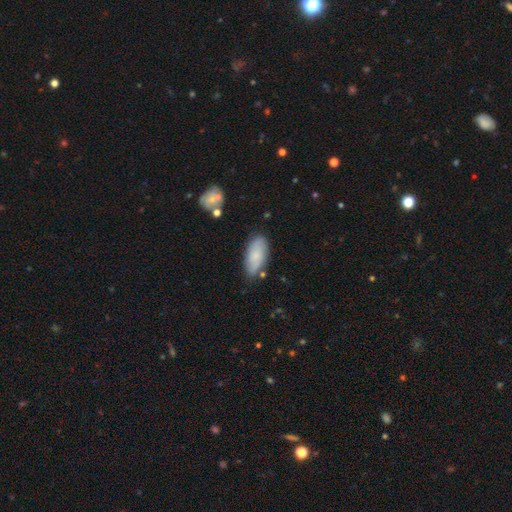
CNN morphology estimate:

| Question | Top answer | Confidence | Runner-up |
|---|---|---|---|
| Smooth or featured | smooth | 71% | featured or disk (22%) |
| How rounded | in between | 89% | cigar-shaped (8%) |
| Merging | none | 74% | minor disturbance (19%) |